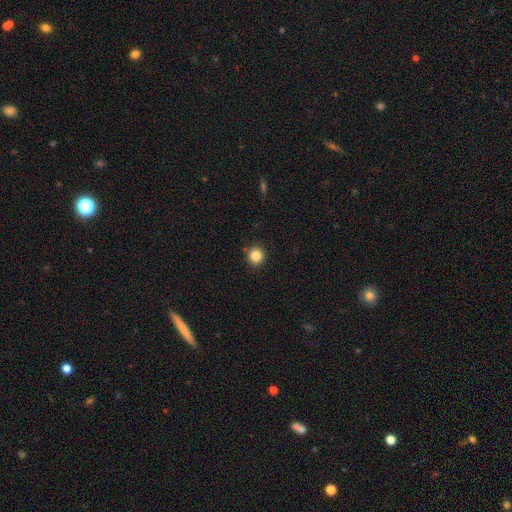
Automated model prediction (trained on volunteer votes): Overall: smooth (85%). How rounded: round (93%). Merging: none (91%).